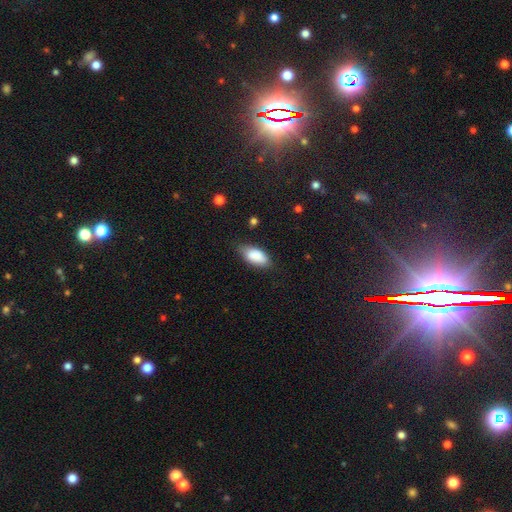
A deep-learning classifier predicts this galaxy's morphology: Q: Smooth or featured?
A: smooth (87%); runner-up: featured or disk (7%)
Q: How rounded?
A: in between (91%); runner-up: cigar-shaped (6%)
Q: Merging?
A: none (71%); runner-up: minor disturbance (23%)